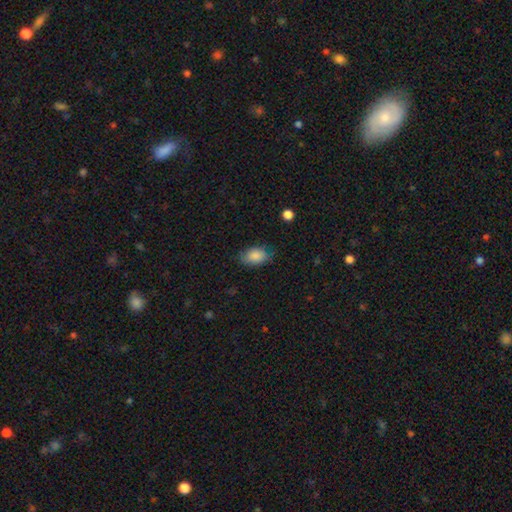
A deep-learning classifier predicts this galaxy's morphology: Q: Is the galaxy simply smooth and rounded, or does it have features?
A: smooth — 87%.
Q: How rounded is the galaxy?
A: in between — 87%.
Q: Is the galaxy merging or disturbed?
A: none — 74%.